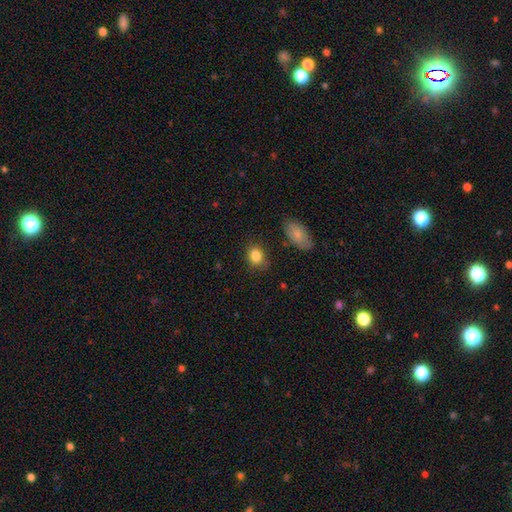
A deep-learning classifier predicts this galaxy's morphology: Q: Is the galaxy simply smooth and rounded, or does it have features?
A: smooth — 86%.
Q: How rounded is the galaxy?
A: in between — 52%.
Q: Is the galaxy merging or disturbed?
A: none — 77%.